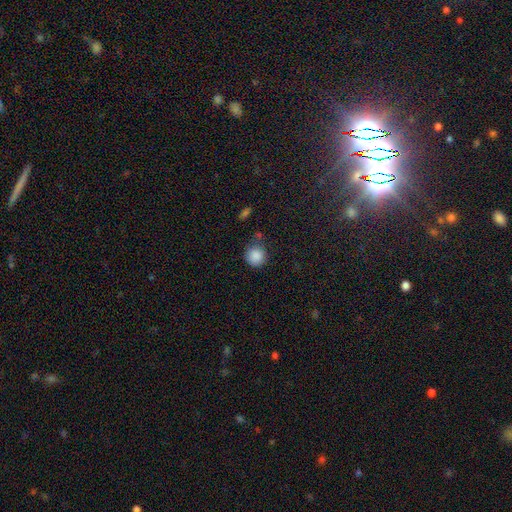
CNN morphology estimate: A smooth galaxy with no disk features (87%) that is round (91%).

Vote fractions:
- Smooth or featured? smooth: 87% / star or artifact: 9% / featured or disk: 4%
- How rounded? round: 91% / in between: 8% / cigar-shaped: 1%
- Merging? none: 69% / minor disturbance: 20% / merger: 6% / major disturbance: 5%